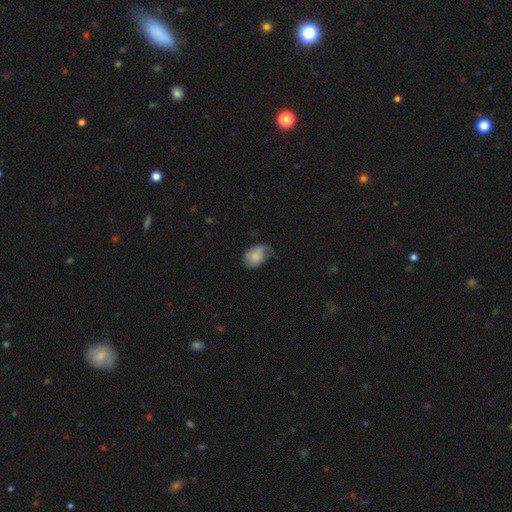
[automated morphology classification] smooth-or-featured: smooth: 76% | featured or disk: 17% | star or artifact: 7%
  how-rounded: in between: 83% | round: 16% | cigar-shaped: 1%
  merging: none: 51% | minor disturbance: 36% | major disturbance: 11% | merger: 2%